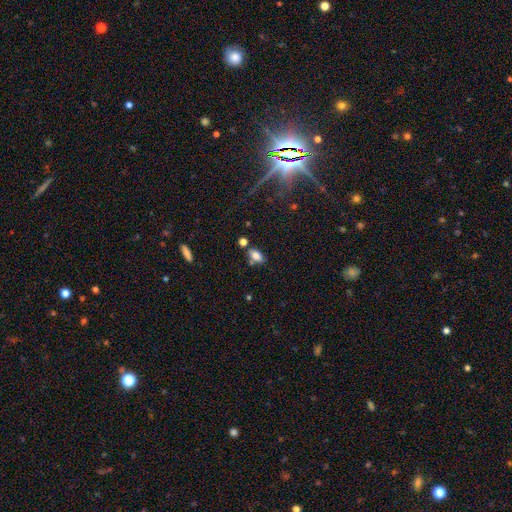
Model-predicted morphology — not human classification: smooth 78%, featured or disk 12%, star or artifact 11%. Down the decision tree: how rounded — in between (88%); merging — none (67%).